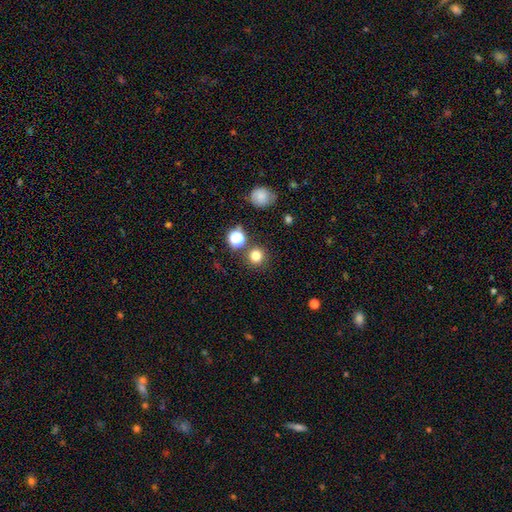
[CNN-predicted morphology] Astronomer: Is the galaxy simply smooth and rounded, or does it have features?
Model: smooth — 78%.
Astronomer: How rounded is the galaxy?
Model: round — 93%.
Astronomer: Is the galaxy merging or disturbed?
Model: none — 84%.